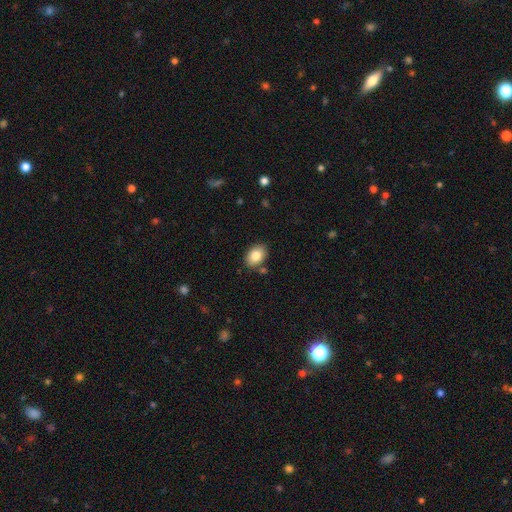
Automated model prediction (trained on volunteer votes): A smooth galaxy with no disk features (84%) that is in between round and cigar-shaped (79%).

Vote fractions:
- Smooth or featured? smooth: 84% / featured or disk: 9% / star or artifact: 8%
- How rounded? in between: 79% / round: 20% / cigar-shaped: 1%
- Merging? none: 83% / minor disturbance: 11% / merger: 4% / major disturbance: 2%